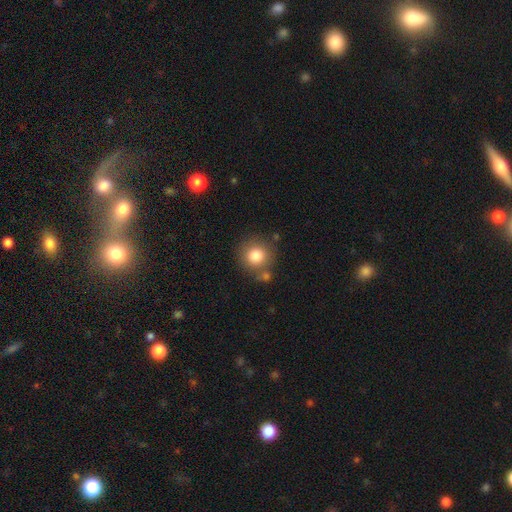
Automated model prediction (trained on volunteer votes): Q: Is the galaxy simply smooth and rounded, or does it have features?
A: smooth — 82%.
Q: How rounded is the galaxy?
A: round — 91%.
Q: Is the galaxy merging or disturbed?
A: none — 72%.